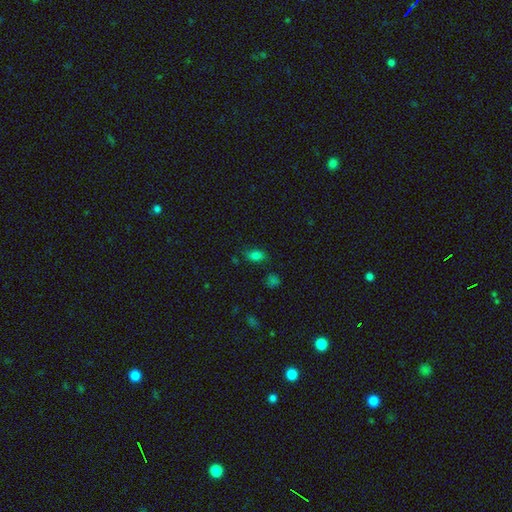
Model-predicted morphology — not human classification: This is likely a smooth galaxy (77%). How rounded: clearly in between (83%). Merging: likely none (75%).